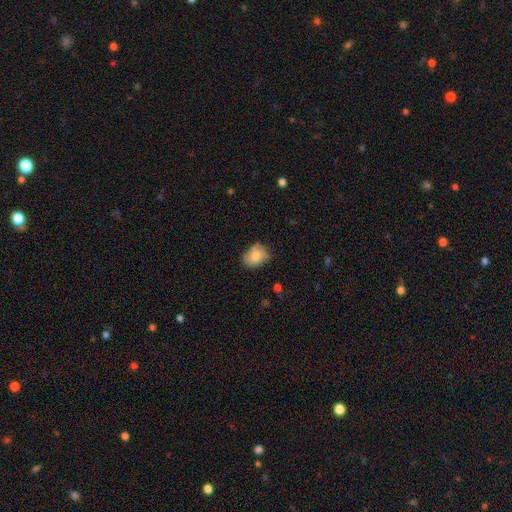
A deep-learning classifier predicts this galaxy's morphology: This appears to be a smooth galaxy with no disk features (76%) that is in between round and cigar-shaped (58%). Merging: none (64%).